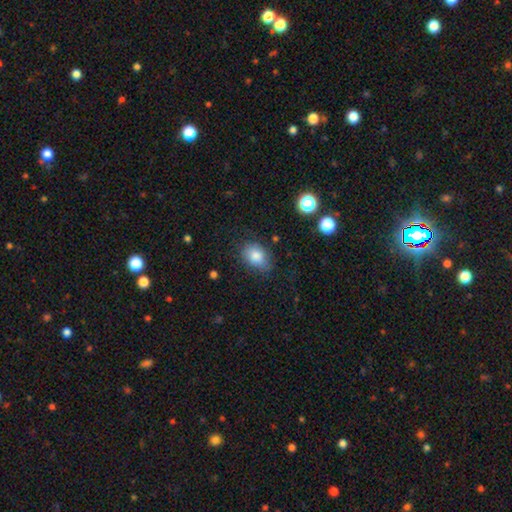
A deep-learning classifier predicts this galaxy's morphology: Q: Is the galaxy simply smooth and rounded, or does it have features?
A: smooth — 83%.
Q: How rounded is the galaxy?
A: in between — 77%.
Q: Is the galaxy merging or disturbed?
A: none — 73%.